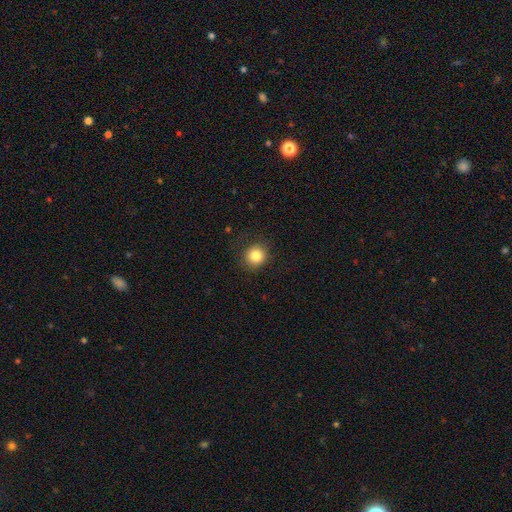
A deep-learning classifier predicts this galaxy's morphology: A smooth galaxy with no disk features (84%) that is round (90%).

Vote fractions:
- Smooth or featured? smooth: 84% / star or artifact: 10% / featured or disk: 6%
- How rounded? round: 90% / in between: 10% / cigar-shaped: 1%
- Merging? none: 87% / minor disturbance: 9% / major disturbance: 3% / merger: 1%